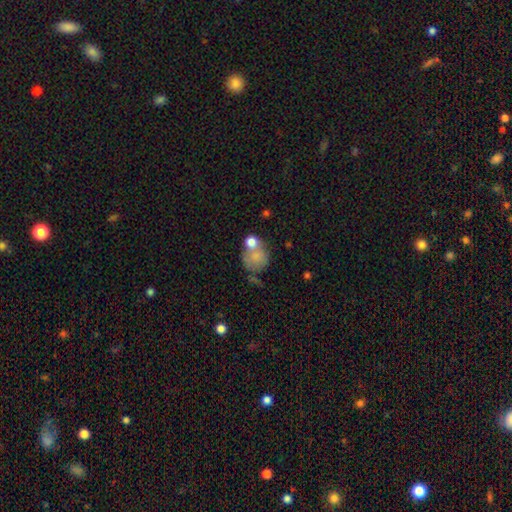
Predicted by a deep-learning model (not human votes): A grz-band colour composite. It shows a smooth galaxy with no disk features (73%) that is round (72%). Merging: none (39%).